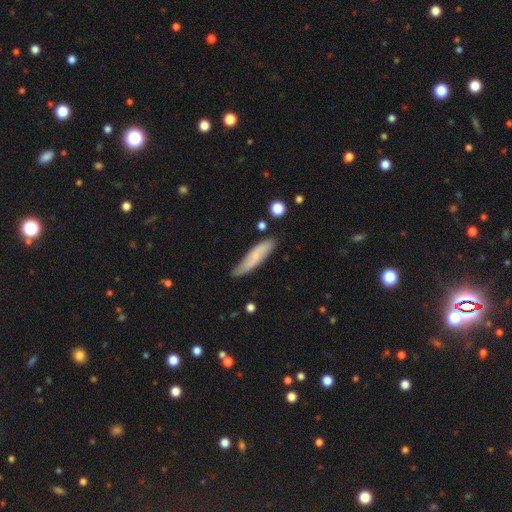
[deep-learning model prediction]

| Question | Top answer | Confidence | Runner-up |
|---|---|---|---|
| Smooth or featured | smooth | 62% | featured or disk (31%) |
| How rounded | cigar-shaped | 77% | in between (22%) |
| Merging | none | 76% | minor disturbance (19%) |